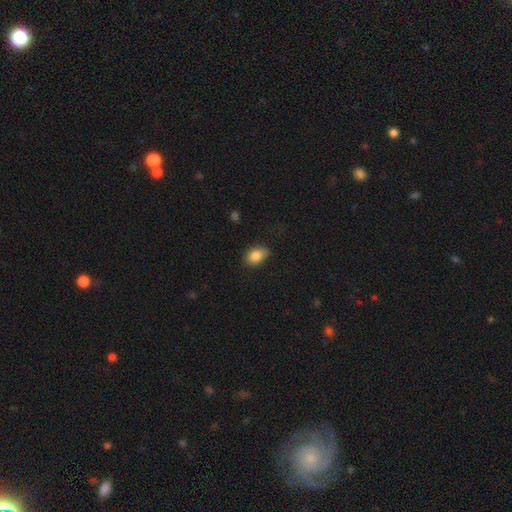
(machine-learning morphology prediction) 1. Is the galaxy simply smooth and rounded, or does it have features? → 86% smooth, 8% star or artifact, 6% featured or disk.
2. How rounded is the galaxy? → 74% in between, 24% round, 1% cigar-shaped.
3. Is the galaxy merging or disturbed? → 70% none, 24% minor disturbance, 4% major disturbance, 1% merger.